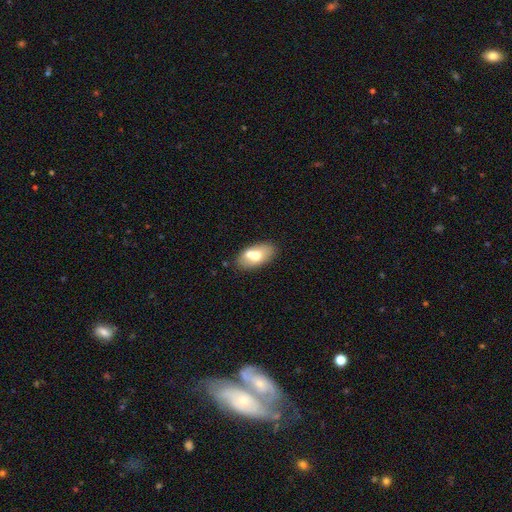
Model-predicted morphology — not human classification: Smooth or featured?
  - smooth: 62% *
  - featured or disk: 30%
  - star or artifact: 7%
How rounded?
  - in between: 91% *
  - round: 6%
  - cigar-shaped: 3%
Merging?
  - none: 59% *
  - merger: 23%
  - minor disturbance: 14%
  - major disturbance: 4%